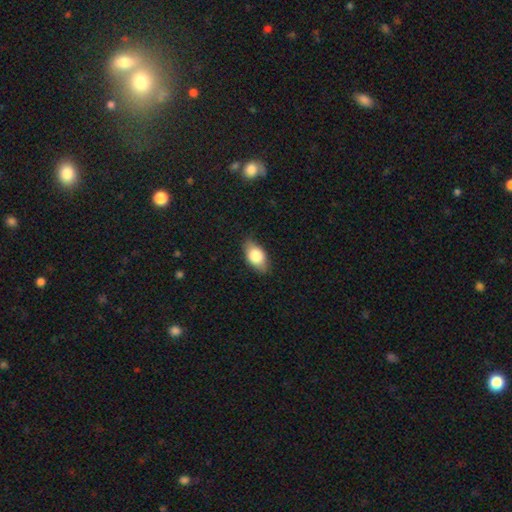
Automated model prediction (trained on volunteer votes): This is likely a smooth galaxy (78%). How rounded: clearly in between (88%). Merging: clearly none (81%).